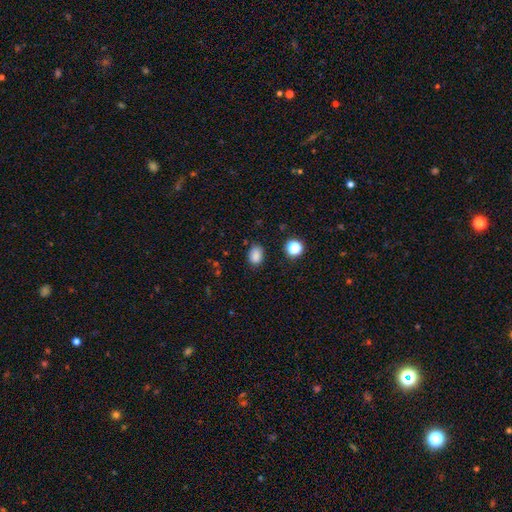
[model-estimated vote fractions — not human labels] smooth_or_featured: smooth (p=0.84) [alt: star or artifact p=0.12]
how_rounded: in between (p=0.70) [alt: round p=0.29]
merging: none (p=0.80) [alt: minor disturbance p=0.14]